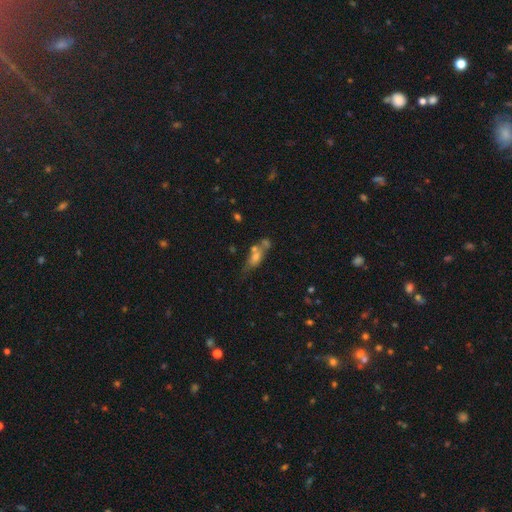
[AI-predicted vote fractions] smooth 55%, featured or disk 32%, star or artifact 13%. Down the decision tree: how rounded — in between (66%); merging — merger (41%).